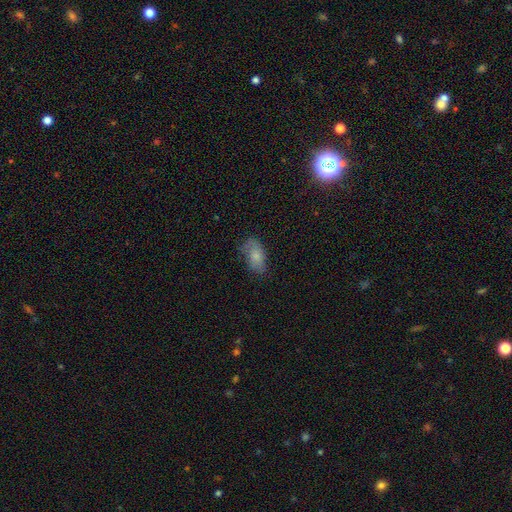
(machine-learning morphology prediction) Smooth or featured: smooth — 68% (featured or disk — 23%)
How rounded: in between — 91% (round — 5%)
Merging: none — 58% (minor disturbance — 29%)